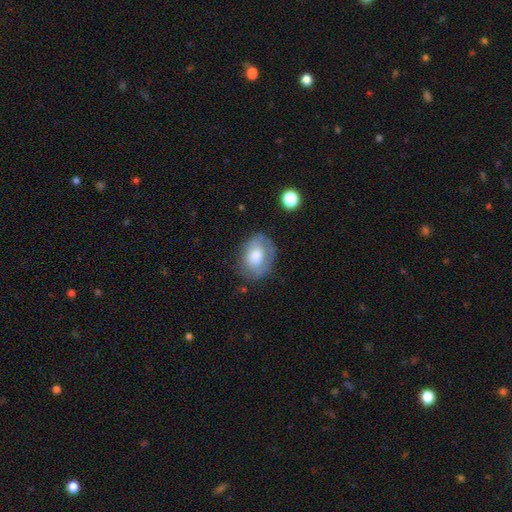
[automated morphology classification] type=smooth (65%); roundness=in between (62%); merging=none (68%).